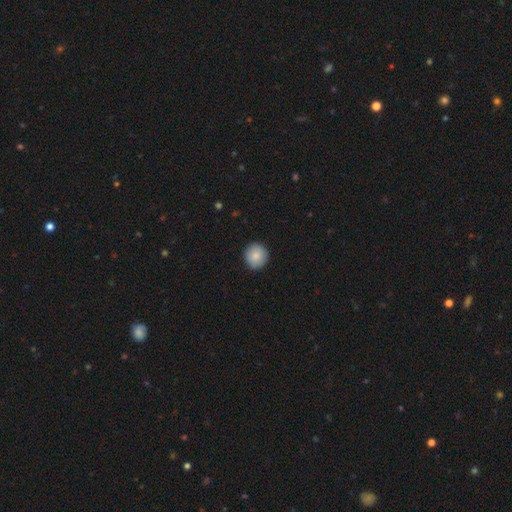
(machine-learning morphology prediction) A smooth galaxy with no disk features (86%) that is round (93%).

Vote fractions:
- Smooth or featured? smooth: 86% / star or artifact: 7% / featured or disk: 6%
- How rounded? round: 93% / in between: 6% / cigar-shaped: 1%
- Merging? none: 91% / minor disturbance: 6% / major disturbance: 2% / merger: 1%